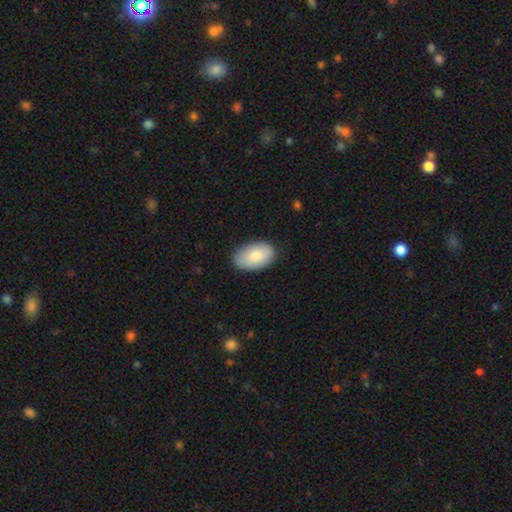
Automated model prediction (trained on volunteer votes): smooth_or_featured: smooth (p=0.85) [alt: featured or disk p=0.10]
how_rounded: in between (p=0.94) [alt: round p=0.05]
merging: none (p=0.84) [alt: minor disturbance p=0.13]